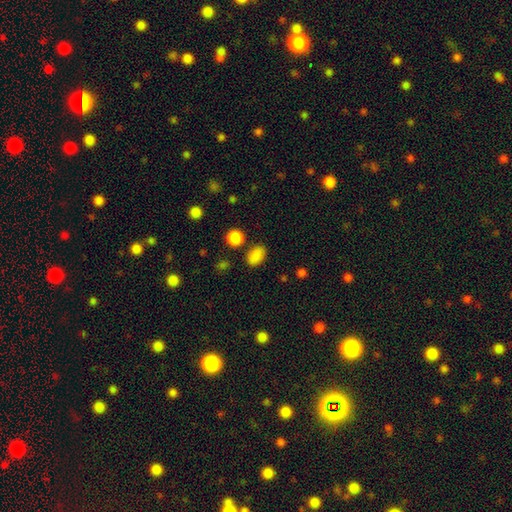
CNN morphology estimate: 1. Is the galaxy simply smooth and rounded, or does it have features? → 86% smooth, 11% star or artifact, 4% featured or disk.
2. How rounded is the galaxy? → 82% in between, 16% round, 2% cigar-shaped.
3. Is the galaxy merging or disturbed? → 81% none, 11% minor disturbance, 4% merger, 3% major disturbance.